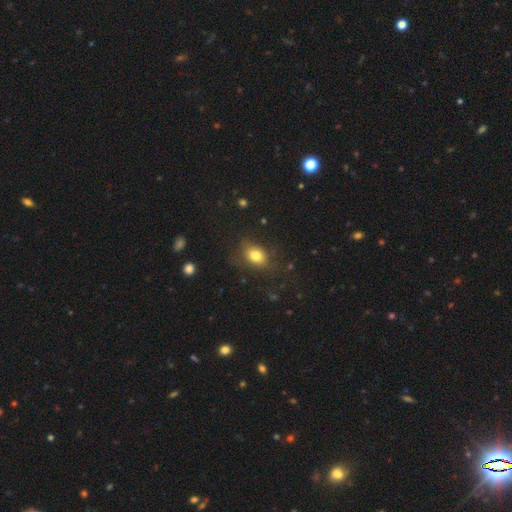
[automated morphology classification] The model was most divided on "how rounded": in between: 71%, round: 28%, cigar-shaped: 2%. More confident: smooth or featured — smooth (80%); merging — none (73%).